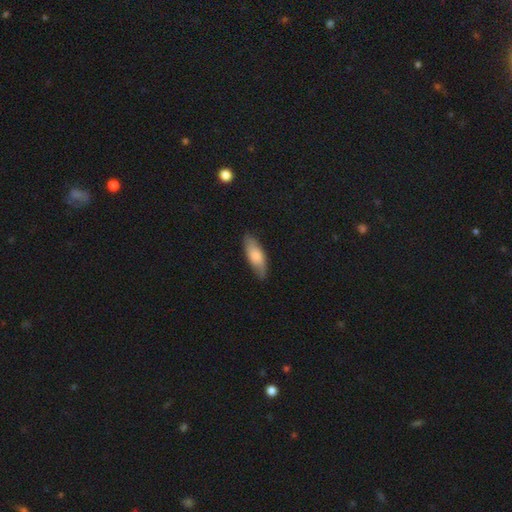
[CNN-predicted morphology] type=smooth (76%); roundness=in between (64%); merging=none (81%).